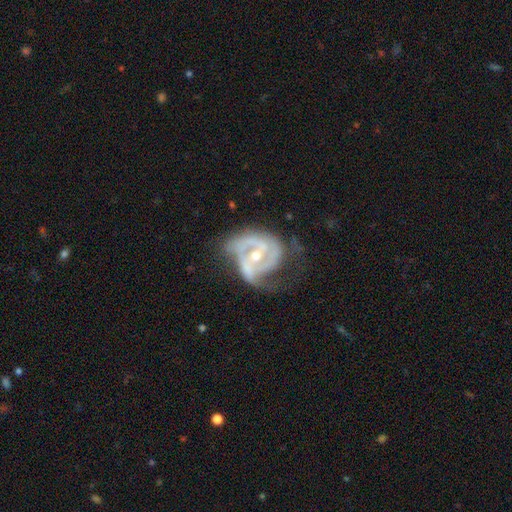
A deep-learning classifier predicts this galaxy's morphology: Smooth or featured? Predicted: featured or disk (p=0.88). Edge-on disk? Predicted: no (p=0.98). Bar? Predicted: weak (p=0.39). Spiral arms? Predicted: yes (p=0.91). Spiral winding? Predicted: medium (p=0.42, tied with tight). Spiral arm count? Predicted: 2 (p=0.44). Bulge size? Predicted: moderate (p=0.50). Merging? Predicted: none (p=0.37).